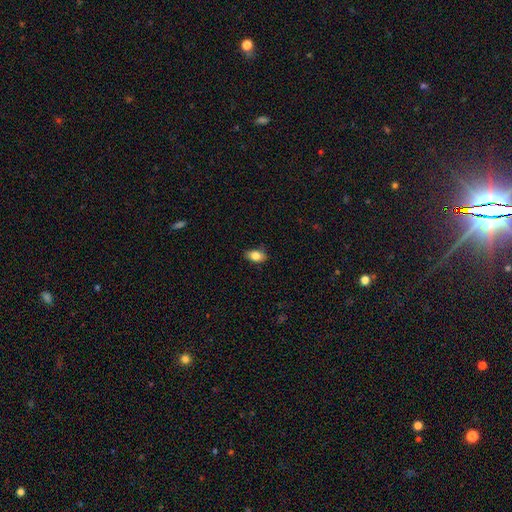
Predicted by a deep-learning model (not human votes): This appears to be a smooth galaxy with no disk features (83%) that is in between round and cigar-shaped (86%). Merging: none (78%).